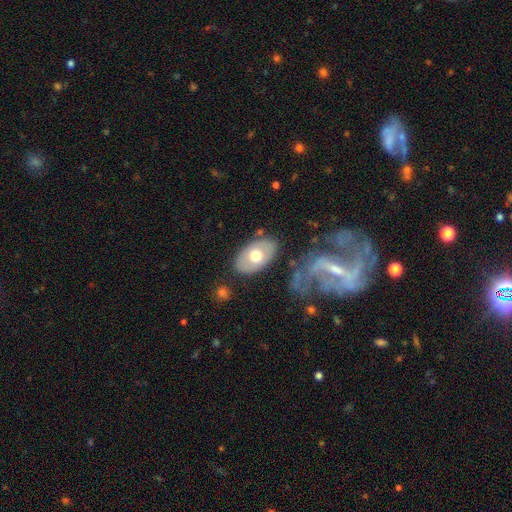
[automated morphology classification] Smooth or featured? smooth (56%)
How rounded? in between (90%)
Merging? none (78%)